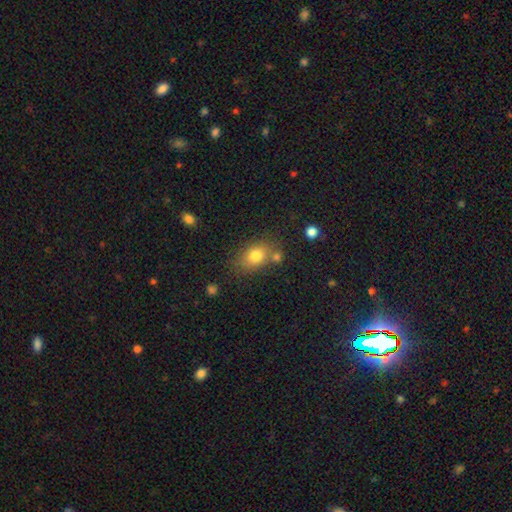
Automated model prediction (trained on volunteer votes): The model was most divided on "how rounded": in between: 71%, round: 28%, cigar-shaped: 2%. More confident: smooth or featured — smooth (79%); merging — none (65%).